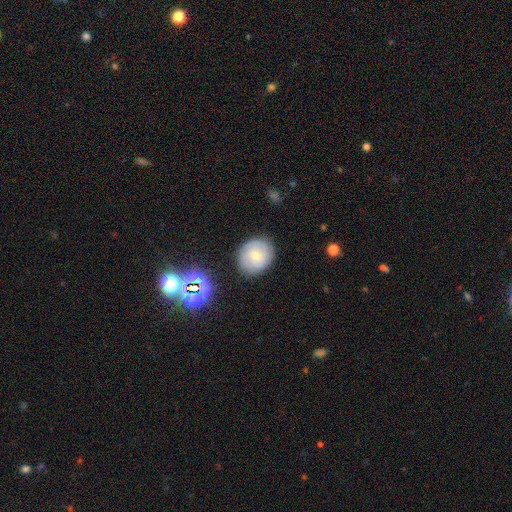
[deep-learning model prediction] smooth 48%, featured or disk 41%, star or artifact 11%. Down the decision tree: merging — none (81%).